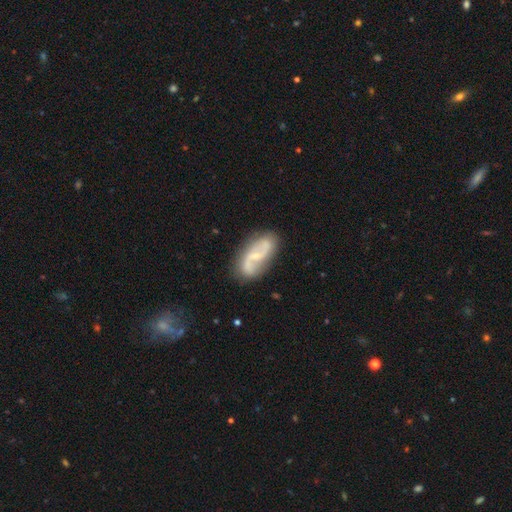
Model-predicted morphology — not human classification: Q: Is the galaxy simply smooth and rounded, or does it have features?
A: featured or disk — 81%.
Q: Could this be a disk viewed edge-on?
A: no — 96%.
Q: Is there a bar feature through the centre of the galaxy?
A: weak — 44%.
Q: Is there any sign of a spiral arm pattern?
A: yes — 94%.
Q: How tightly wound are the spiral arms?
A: loose — 47%.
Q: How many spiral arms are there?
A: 2 — 89%.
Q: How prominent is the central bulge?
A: small — 64%.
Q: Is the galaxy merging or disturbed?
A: none — 80%.